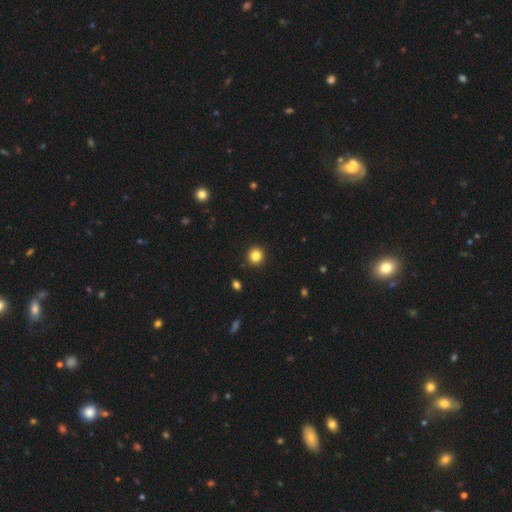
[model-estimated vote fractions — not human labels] The model was most divided on "smooth or featured": smooth: 84%, star or artifact: 11%, featured or disk: 4%. More confident: merging — none (92%); how rounded — round (92%).